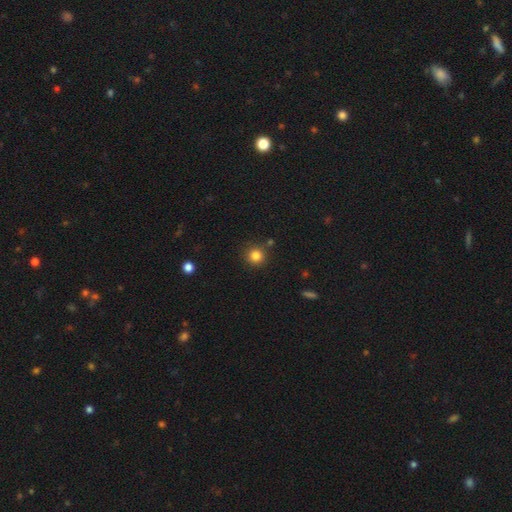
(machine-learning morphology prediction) A smooth galaxy with no disk features (83%) that is round (94%).

Vote fractions:
- Smooth or featured? smooth: 83% / star or artifact: 12% / featured or disk: 5%
- How rounded? round: 94% / in between: 6% / cigar-shaped: 1%
- Merging? none: 85% / minor disturbance: 8% / merger: 5% / major disturbance: 3%